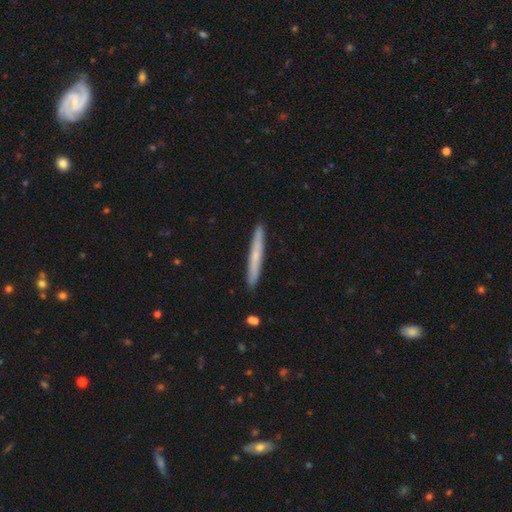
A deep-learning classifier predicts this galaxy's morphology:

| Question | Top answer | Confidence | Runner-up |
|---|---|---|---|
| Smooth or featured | smooth | 54% | featured or disk (40%) |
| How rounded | cigar-shaped | 97% | in between (2%) |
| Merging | none | 91% | minor disturbance (7%) |